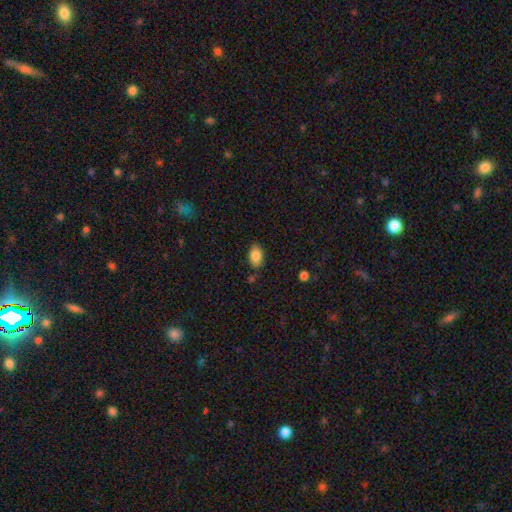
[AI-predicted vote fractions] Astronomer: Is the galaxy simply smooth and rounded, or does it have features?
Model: smooth — 84%.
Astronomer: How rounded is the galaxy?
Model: in between — 88%.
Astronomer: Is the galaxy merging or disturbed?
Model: none — 83%.